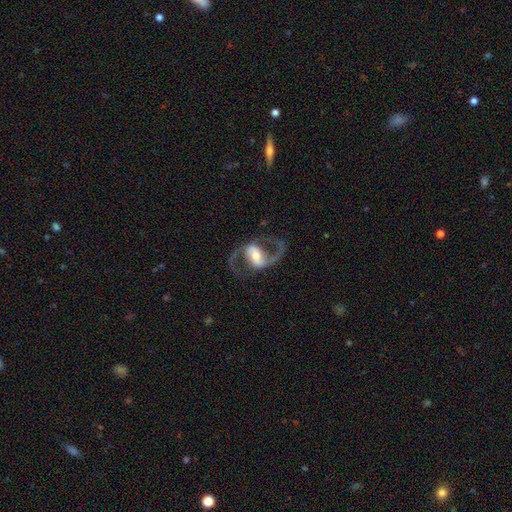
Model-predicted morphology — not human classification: Smooth or featured? Predicted: featured or disk (p=0.91). Edge-on disk? Predicted: no (p=0.97). Bar? Predicted: strong (p=0.44). Spiral arms? Predicted: yes (p=0.97). Spiral winding? Predicted: medium (p=0.49). Spiral arm count? Predicted: 2 (p=0.94). Bulge size? Predicted: moderate (p=0.54). Merging? Predicted: none (p=0.80).